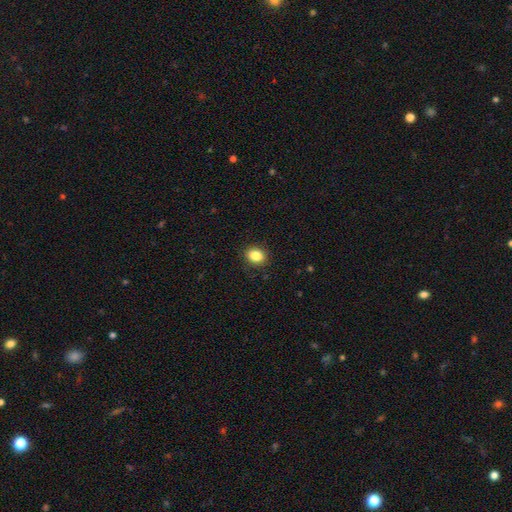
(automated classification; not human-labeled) Overall: smooth (86%). How rounded: round (50%; in between 49%). Merging: none (89%).